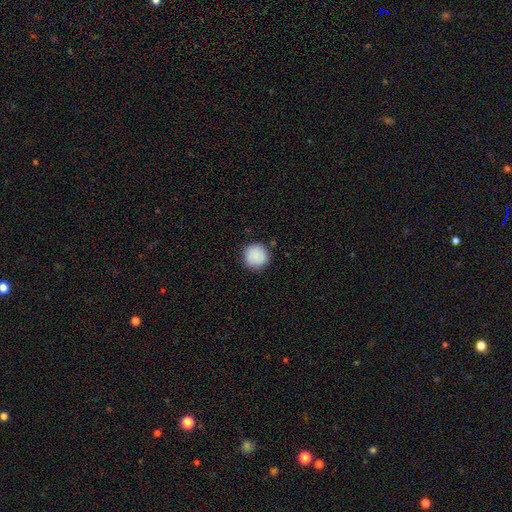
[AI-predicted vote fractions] Smooth or featured?
  - smooth: 88% *
  - star or artifact: 7%
  - featured or disk: 4%
How rounded?
  - round: 95% *
  - in between: 4%
  - cigar-shaped: 1%
Merging?
  - none: 89% *
  - minor disturbance: 7%
  - major disturbance: 2%
  - merger: 1%